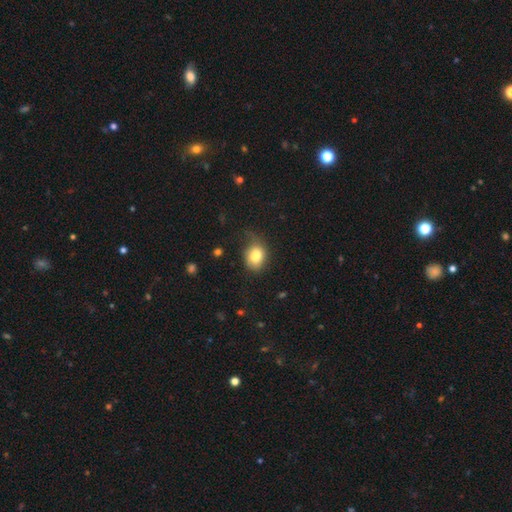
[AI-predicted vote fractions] Smooth or featured? Predicted: smooth (p=0.80). How rounded? Predicted: in between (p=0.59). Merging? Predicted: none (p=0.54).